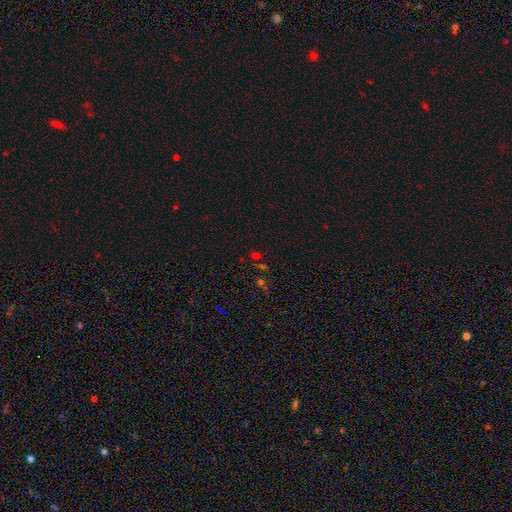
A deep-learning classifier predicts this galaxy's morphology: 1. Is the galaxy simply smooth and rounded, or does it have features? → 55% star or artifact, 35% smooth, 10% featured or disk.